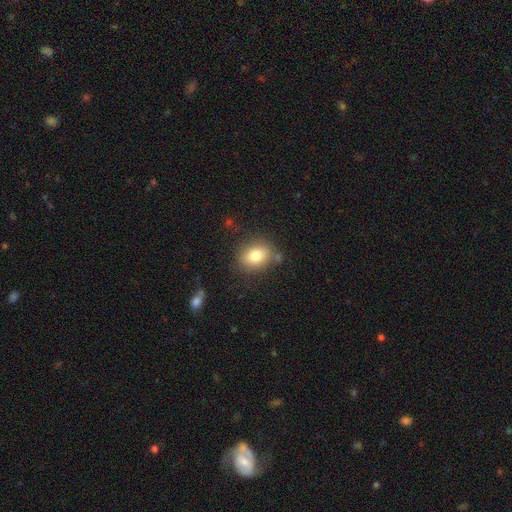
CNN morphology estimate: A smooth galaxy with no disk features (81%) that is in between round and cigar-shaped (55%).

Vote fractions:
- Smooth or featured? smooth: 81% / featured or disk: 10% / star or artifact: 9%
- How rounded? in between: 55% / round: 44% / cigar-shaped: 1%
- Merging? none: 75% / minor disturbance: 16% / major disturbance: 5% / merger: 4%